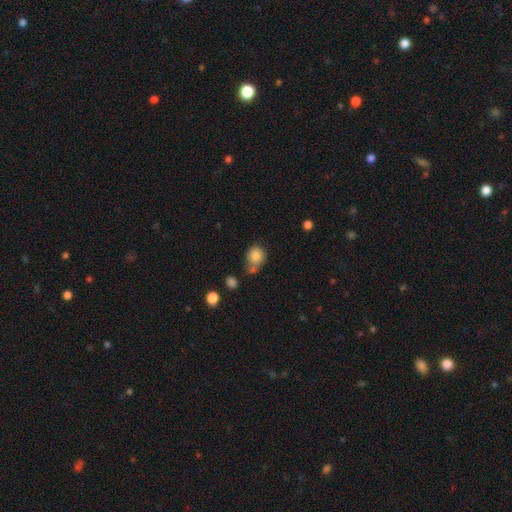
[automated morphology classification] This appears to be a smooth galaxy with no disk features (82%) that is round (74%). Merging: none (52%).